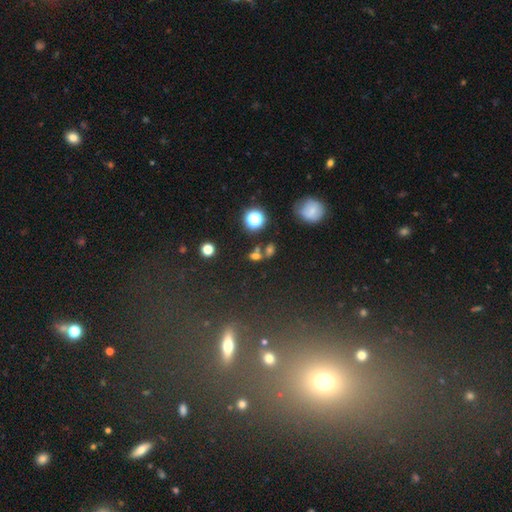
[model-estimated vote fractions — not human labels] A smooth galaxy with no disk features (60%) that is in between round and cigar-shaped (52%).

Vote fractions:
- Smooth or featured? smooth: 60% / star or artifact: 27% / featured or disk: 13%
- How rounded? in between: 52% / round: 43% / cigar-shaped: 5%
- Merging? none: 48% / merger: 36% / minor disturbance: 10% / major disturbance: 6%